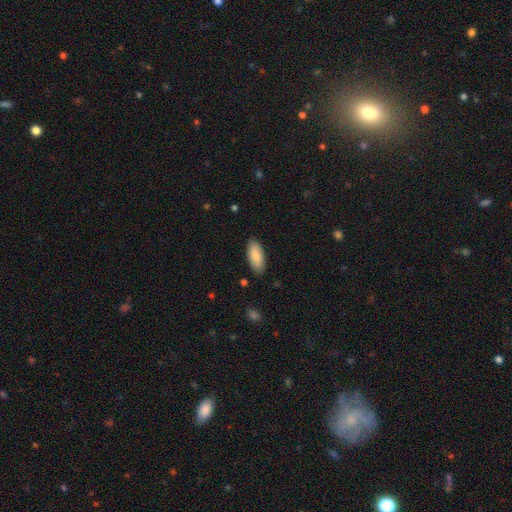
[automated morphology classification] A smooth galaxy with no disk features (84%) that is in between round and cigar-shaped (85%). Merging: none (87%).